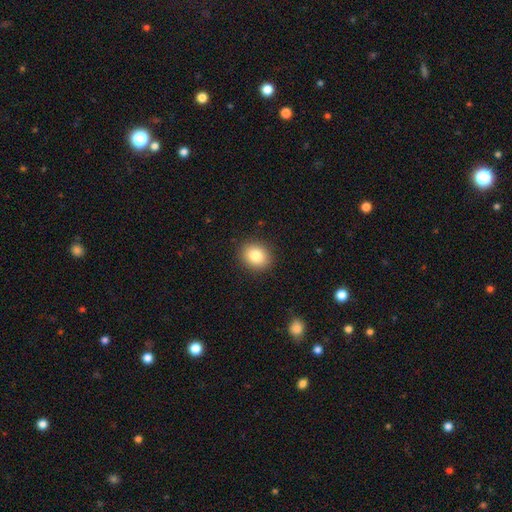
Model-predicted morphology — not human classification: smooth 83%, star or artifact 9%, featured or disk 7%. Down the decision tree: how rounded — round (67%); merging — none (90%).